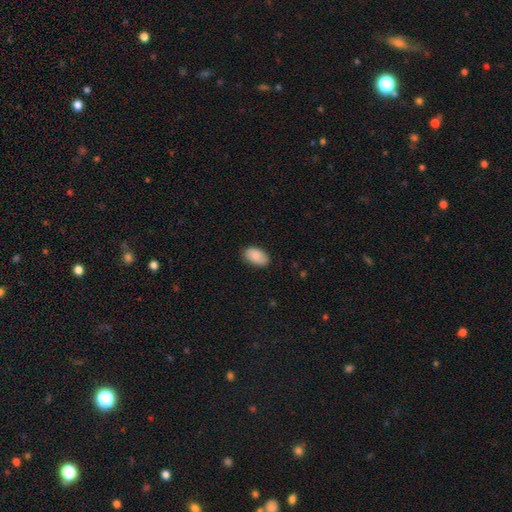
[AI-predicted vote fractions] The model was most divided on "merging": none: 83%, minor disturbance: 13%, major disturbance: 2%, merger: 1%. More confident: how rounded — in between (93%); smooth or featured — smooth (85%).